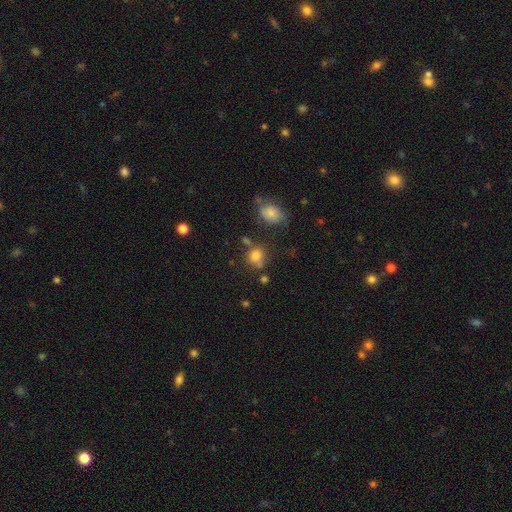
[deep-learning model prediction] Smooth or featured? Predicted: smooth (p=0.76). How rounded? Predicted: round (p=0.65). Merging? Predicted: none (p=0.56).